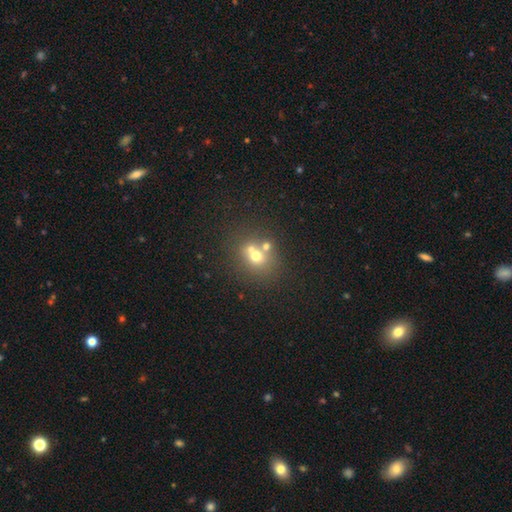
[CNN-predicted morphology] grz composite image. It shows a smooth galaxy with no disk features (61%) that is round (74%). Merging: none (45%).